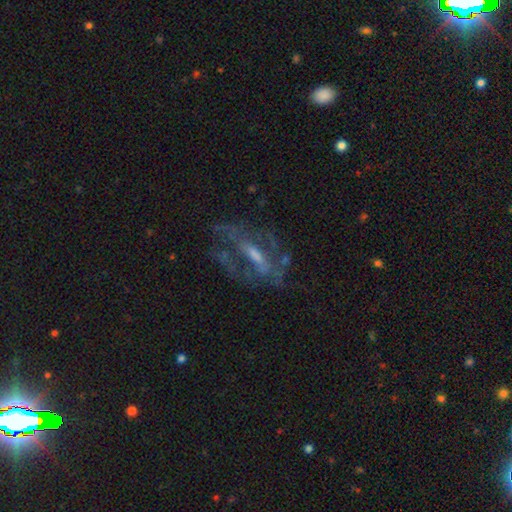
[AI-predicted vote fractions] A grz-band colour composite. It shows a featured or disk galaxy (71%) with a weak bar (36%), no spiral arms (52%) and a moderate central bulge (40%). Merging: none (50%).